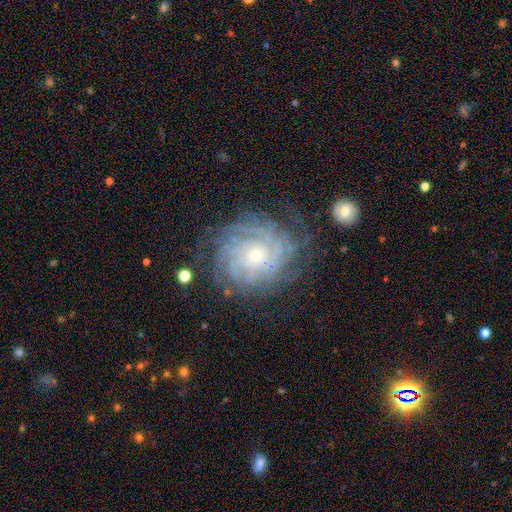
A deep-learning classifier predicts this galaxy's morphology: Smooth or featured?
  - featured or disk: 84% *
  - smooth: 8%
  - star or artifact: 7%
Edge-on disk?
  - no: 97% *
  - yes: 3%
Bar?
  - no: 78% *
  - weak: 18%
  - strong: 4%
Spiral arms?
  - yes: 96% *
  - no: 4%
Spiral winding?
  - tight: 79% *
  - medium: 17%
  - loose: 4%
Spiral arm count?
  - can't tell: 31% *
  - more than 4: 24%
  - 4: 20%
  - 3: 10%
  - 2: 8%
  - 1: 7%
Bulge size?
  - small: 67% *
  - moderate: 30%
  - large: 2%
  - none: 1%
  - dominant: 1%
Merging?
  - none: 76% *
  - minor disturbance: 15%
  - major disturbance: 7%
  - merger: 2%